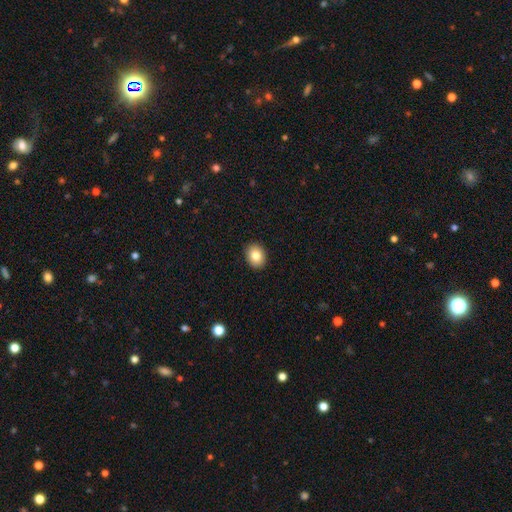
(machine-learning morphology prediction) Smooth or featured? Predicted: smooth (p=0.82). How rounded? Predicted: in between (p=0.50). Merging? Predicted: none (p=0.91).